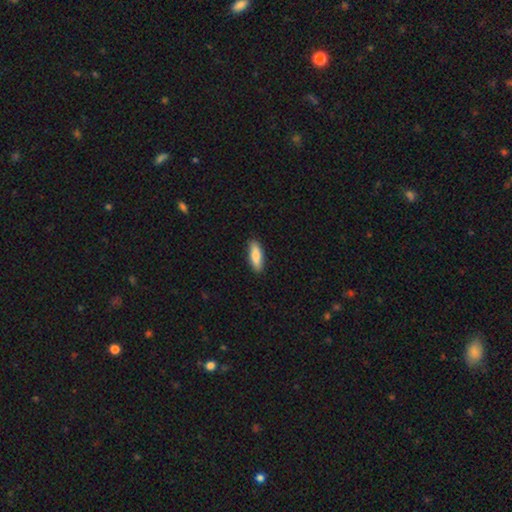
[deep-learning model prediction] Q: Smooth or featured?
A: smooth (84%); runner-up: featured or disk (11%)
Q: How rounded?
A: in between (53%); runner-up: cigar-shaped (45%)
Q: Merging?
A: none (88%); runner-up: minor disturbance (9%)